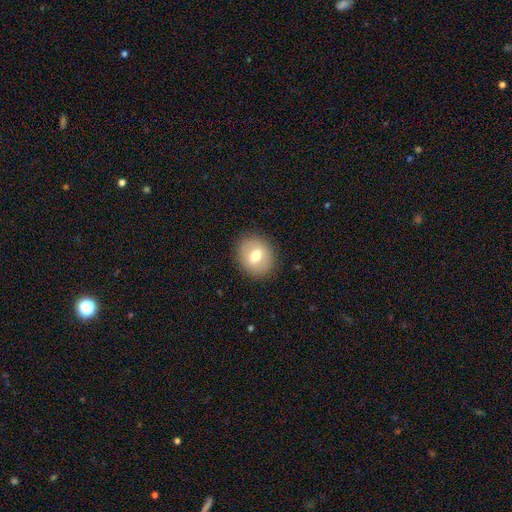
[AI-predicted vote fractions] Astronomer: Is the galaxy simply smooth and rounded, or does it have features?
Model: smooth — 68%.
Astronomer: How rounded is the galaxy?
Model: round — 70%.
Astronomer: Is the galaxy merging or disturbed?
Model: none — 88%.